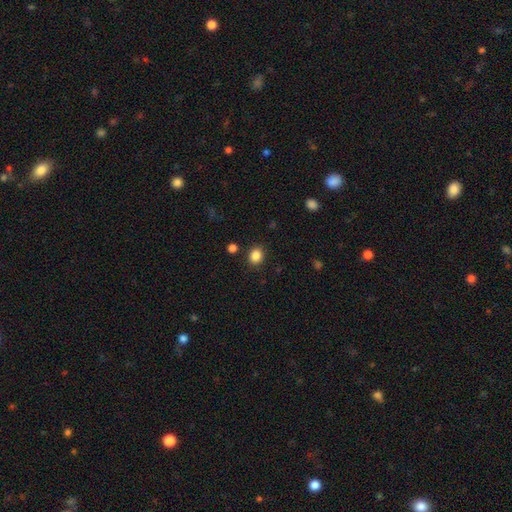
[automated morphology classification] Q: Smooth or featured?
A: smooth (86%); runner-up: star or artifact (10%)
Q: How rounded?
A: round (66%); runner-up: in between (33%)
Q: Merging?
A: none (87%); runner-up: minor disturbance (8%)